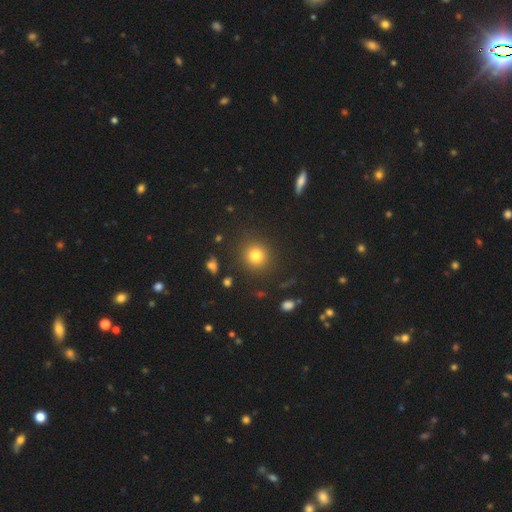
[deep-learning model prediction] This appears to be a smooth galaxy with no disk features (81%) that is round (89%). Merging: none (88%).